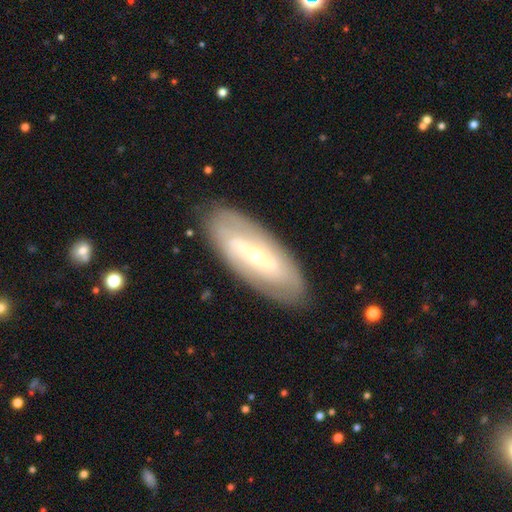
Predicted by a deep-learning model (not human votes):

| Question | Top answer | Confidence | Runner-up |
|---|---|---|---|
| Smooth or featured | featured or disk | 70% | smooth (24%) |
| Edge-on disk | no | 84% | yes (16%) |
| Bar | strong | 36% | no (33%) |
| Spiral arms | yes | 56% | no (44%) |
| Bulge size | small | 65% | moderate (31%) |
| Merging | none | 84% | minor disturbance (11%) |